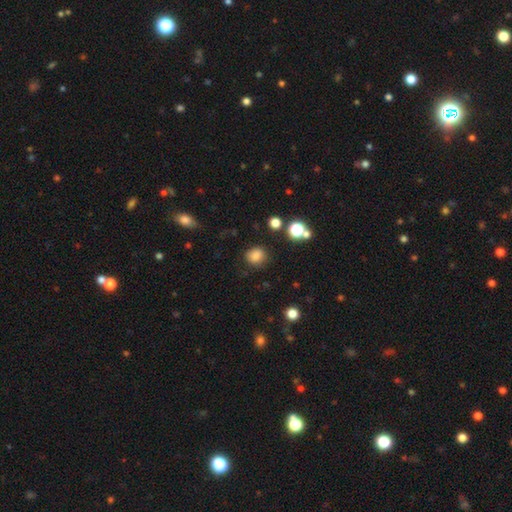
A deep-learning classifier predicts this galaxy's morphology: A smooth galaxy with no disk features (82%) that is round (75%). Merging: none (81%).